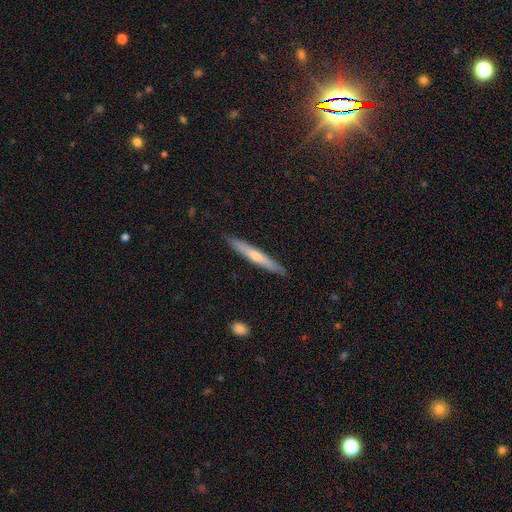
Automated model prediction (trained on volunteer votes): This is possibly a featured or disk galaxy (57%). It is clearly viewed edge-on (95%). Edge-on bulge: likely rounded (76%). Merging: clearly none (90%).